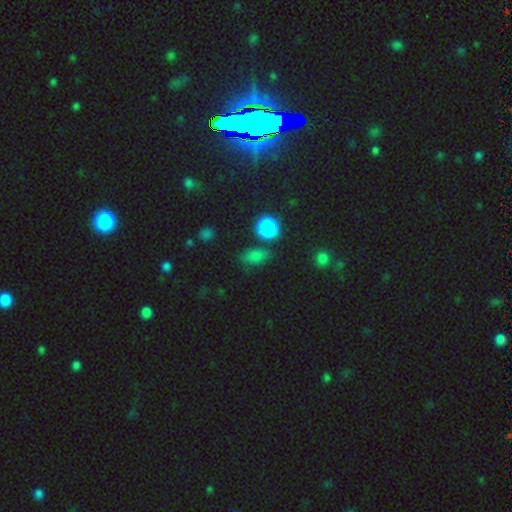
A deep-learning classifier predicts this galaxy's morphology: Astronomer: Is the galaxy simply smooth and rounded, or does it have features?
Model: smooth — 70%.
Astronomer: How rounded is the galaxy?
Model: in between — 68%.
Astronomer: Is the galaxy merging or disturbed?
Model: none — 73%.